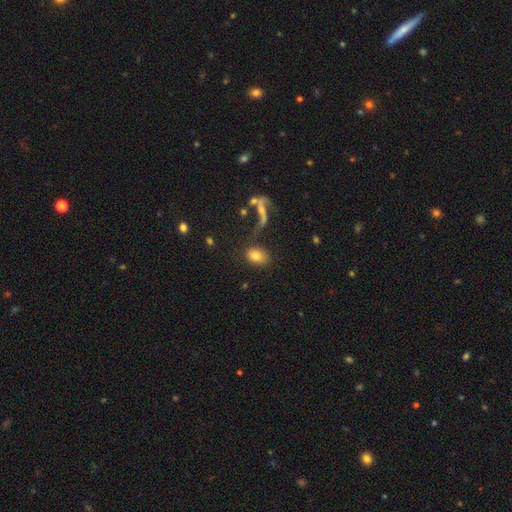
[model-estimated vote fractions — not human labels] The model was most divided on "merging": none: 65%, minor disturbance: 14%, merger: 11%, major disturbance: 10%. More confident: smooth or featured — smooth (77%); how rounded — in between (76%).